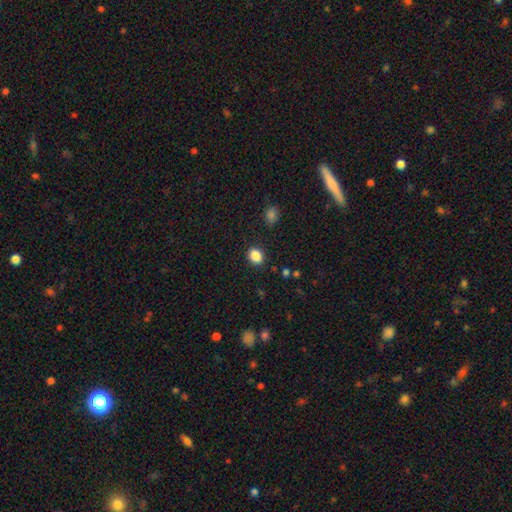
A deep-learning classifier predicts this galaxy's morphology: smooth 87%, star or artifact 10%, featured or disk 3%. Down the decision tree: how rounded — in between (52%); merging — none (88%).